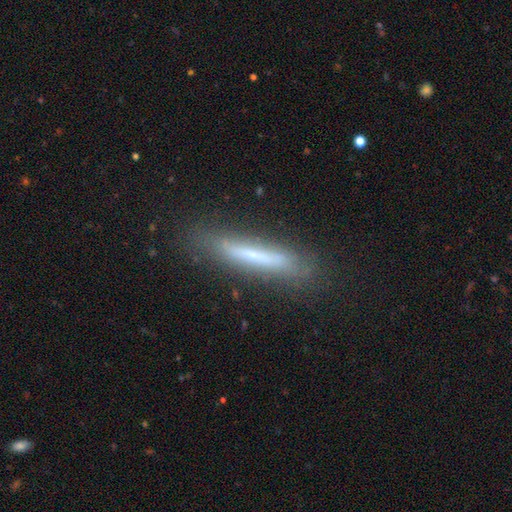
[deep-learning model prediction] smooth_or_featured: featured or disk (p=0.47) [alt: smooth p=0.44]
merging: none (p=0.80) [alt: minor disturbance p=0.14]